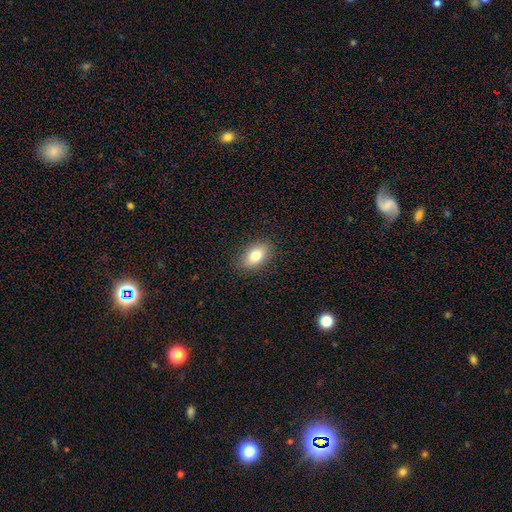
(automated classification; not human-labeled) A smooth galaxy with no disk features (79%) that is in between round and cigar-shaped (88%).

Vote fractions:
- Smooth or featured? smooth: 79% / featured or disk: 13% / star or artifact: 8%
- How rounded? in between: 88% / round: 9% / cigar-shaped: 3%
- Merging? none: 87% / minor disturbance: 9% / major disturbance: 2% / merger: 1%